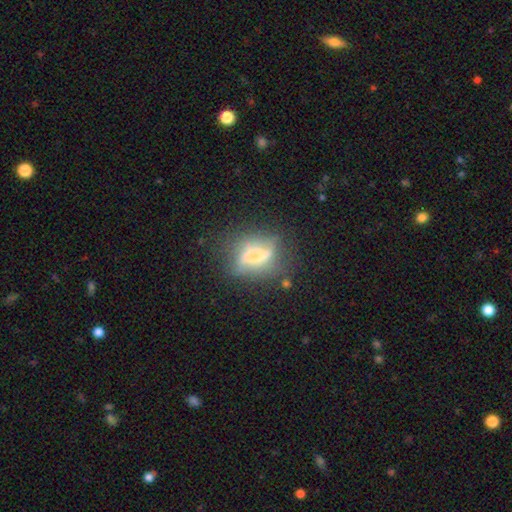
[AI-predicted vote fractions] Smooth or featured: featured or disk — 50% (smooth — 37%)
Merging: none — 46% (minor disturbance — 23%)